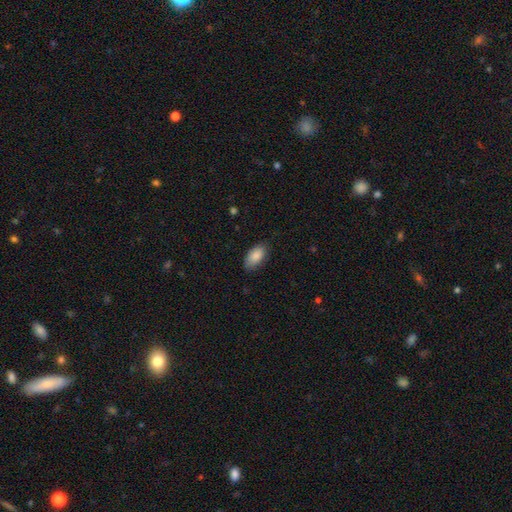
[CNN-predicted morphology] The model was most divided on "merging": none: 80%, minor disturbance: 16%, major disturbance: 3%, merger: 1%. More confident: how rounded — in between (94%); smooth or featured — smooth (88%).